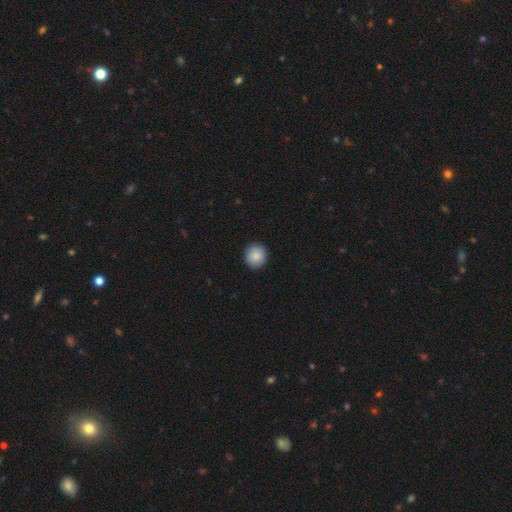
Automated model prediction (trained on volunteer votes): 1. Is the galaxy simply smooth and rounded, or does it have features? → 88% smooth, 7% star or artifact, 5% featured or disk.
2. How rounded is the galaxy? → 91% round, 8% in between, 1% cigar-shaped.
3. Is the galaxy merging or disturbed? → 92% none, 6% minor disturbance, 2% major disturbance, 1% merger.